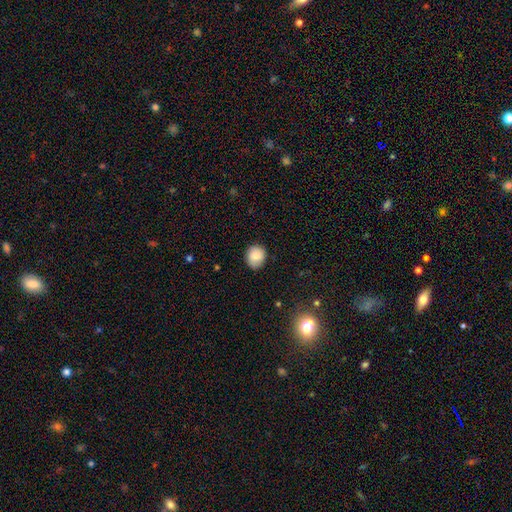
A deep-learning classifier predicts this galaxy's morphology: smooth-or-featured: smooth: 85% | star or artifact: 8% | featured or disk: 7%
  how-rounded: round: 73% | in between: 26% | cigar-shaped: 1%
  merging: none: 82% | minor disturbance: 14% | major disturbance: 3% | merger: 1%